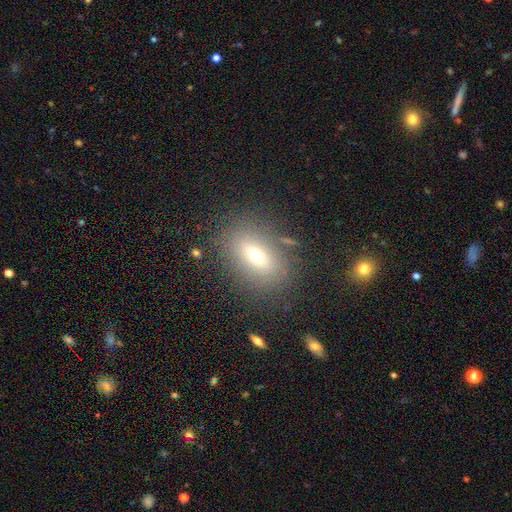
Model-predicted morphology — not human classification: Smooth or featured?
  - smooth: 61% *
  - featured or disk: 24%
  - star or artifact: 14%
How rounded?
  - in between: 74% *
  - round: 18%
  - cigar-shaped: 8%
Merging?
  - none: 80% *
  - minor disturbance: 11%
  - major disturbance: 5%
  - merger: 3%